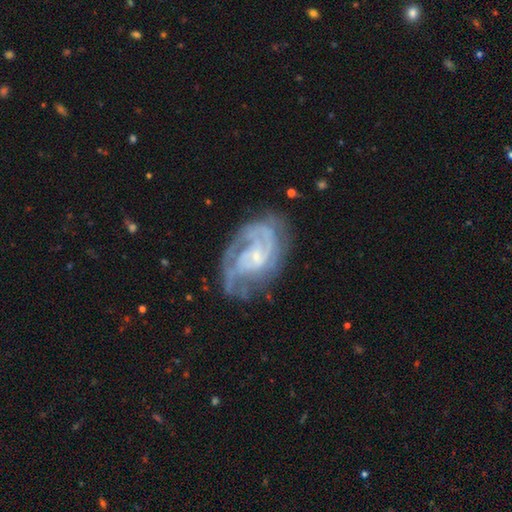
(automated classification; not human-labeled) A featured or disk galaxy (86%) with no bar (56%), 2 (36%) tight (56%) spiral arms (95%) and a small central bulge (75%).

Vote fractions:
- Smooth or featured? featured or disk: 86% / smooth: 8% / star or artifact: 6%
- Edge-on disk? no: 97% / yes: 3%
- Bar? no: 56% / weak: 36% / strong: 8%
- Spiral arms? yes: 95% / no: 5%
- Spiral winding? tight: 56% / medium: 36% / loose: 9%
- Spiral arm count? 2: 36% / can't tell: 26% / 3: 19% / 4: 7% / 1: 6% / more than 4: 5%
- Bulge size? small: 75% / moderate: 17% / none: 6% / large: 1% / dominant: 1%
- Merging? none: 60% / minor disturbance: 23% / major disturbance: 14% / merger: 2%